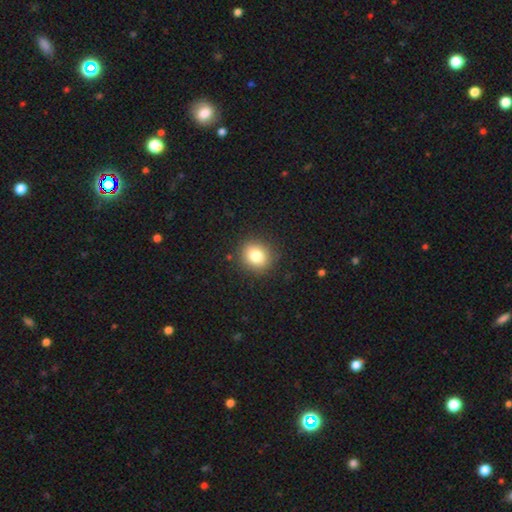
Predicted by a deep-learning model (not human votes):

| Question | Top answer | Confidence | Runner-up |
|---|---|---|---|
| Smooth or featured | smooth | 82% | star or artifact (11%) |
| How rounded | round | 75% | in between (24%) |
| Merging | none | 88% | minor disturbance (8%) |